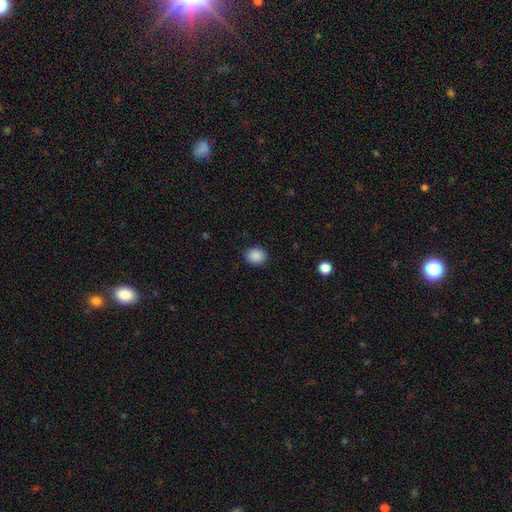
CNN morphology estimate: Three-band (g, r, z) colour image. It shows a smooth galaxy with no disk features (88%) that is round (69%). Merging: none (89%).